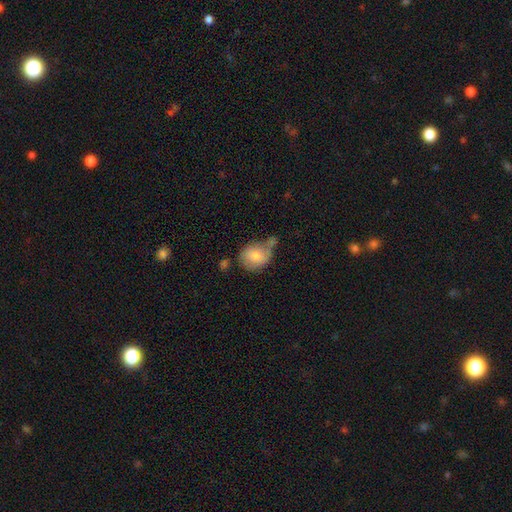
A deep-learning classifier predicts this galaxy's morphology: type=smooth (76%); roundness=round (64%); merging=none (39%).